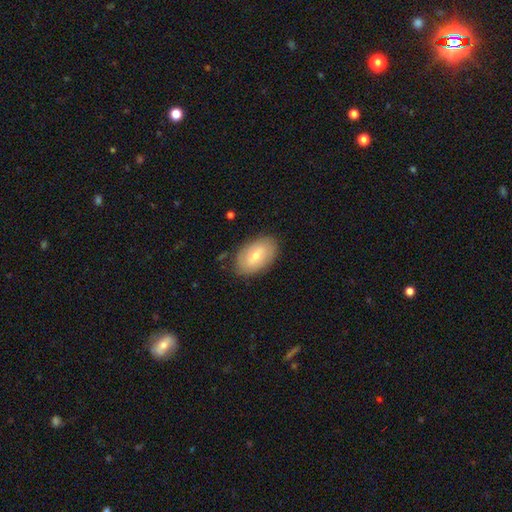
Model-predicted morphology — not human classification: Overall: smooth (59%; featured or disk 34%). How rounded: in between (92%). Merging: none (83%).